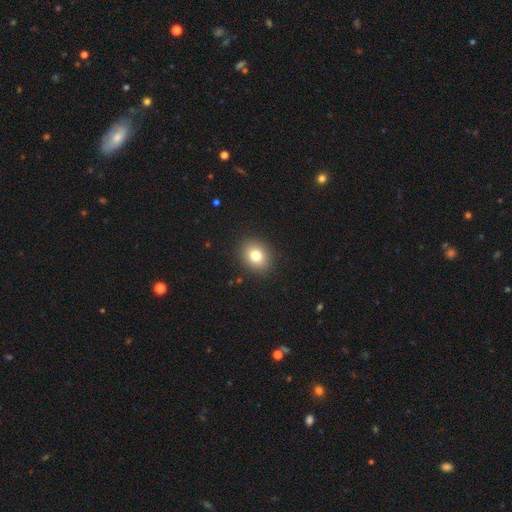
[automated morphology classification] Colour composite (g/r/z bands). It shows a smooth galaxy with no disk features (79%) that is round (60%). Merging: none (90%).